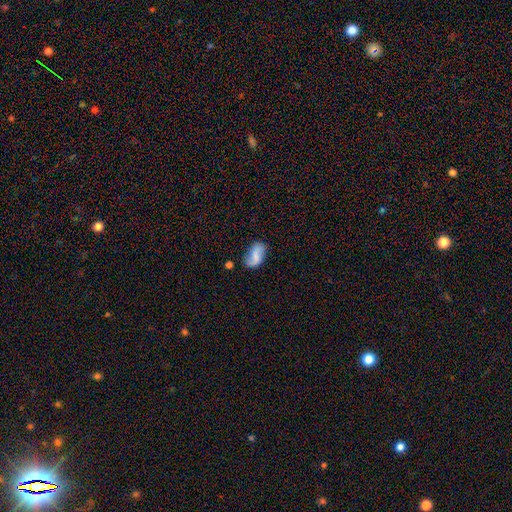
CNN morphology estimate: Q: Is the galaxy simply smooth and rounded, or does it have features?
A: smooth — 50%.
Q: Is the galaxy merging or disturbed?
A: none — 60%.